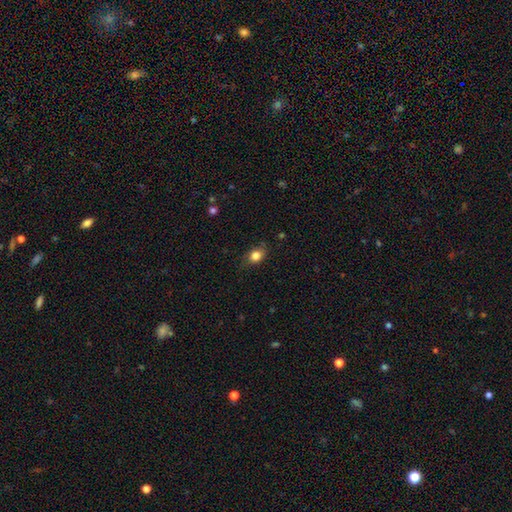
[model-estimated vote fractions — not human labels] smooth-or-featured: smooth: 83% | star or artifact: 10% | featured or disk: 7%
  how-rounded: in between: 59% | round: 39% | cigar-shaped: 2%
  merging: none: 78% | minor disturbance: 17% | major disturbance: 4% | merger: 1%